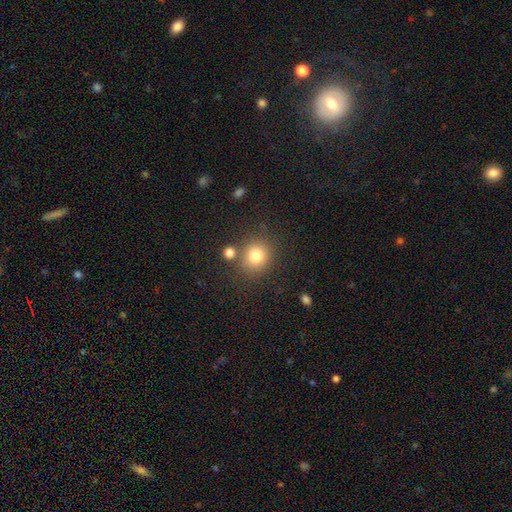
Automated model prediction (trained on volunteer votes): smooth-or-featured: smooth: 80% | star or artifact: 12% | featured or disk: 7%
  how-rounded: round: 81% | in between: 18% | cigar-shaped: 1%
  merging: none: 75% | merger: 11% | minor disturbance: 10% | major disturbance: 4%